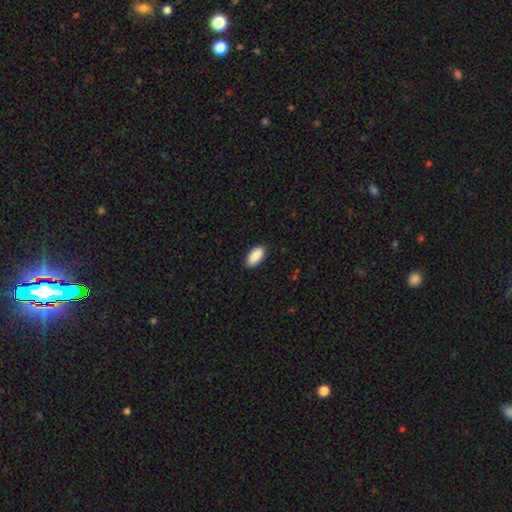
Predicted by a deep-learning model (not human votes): Smooth or featured? smooth (91%)
How rounded? in between (92%)
Merging? none (89%)